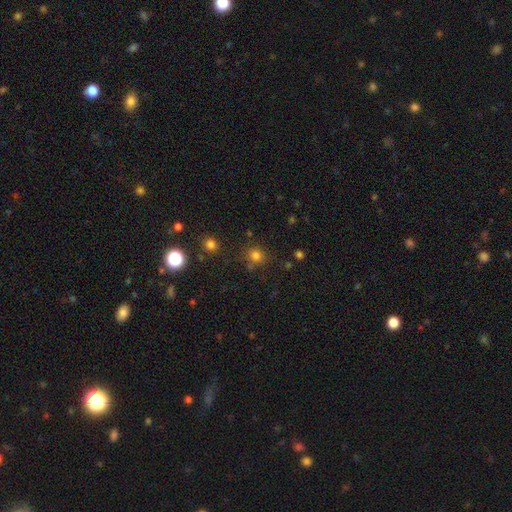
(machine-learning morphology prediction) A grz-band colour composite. It shows a smooth galaxy with no disk features (76%) that is round (84%). Merging: none (77%).